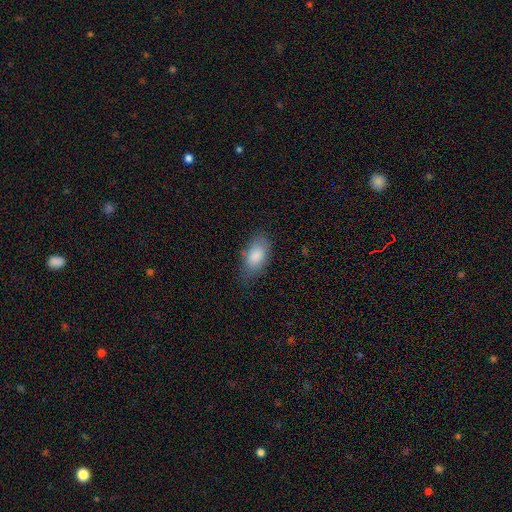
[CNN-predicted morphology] Smooth or featured?
  - smooth: 86% *
  - featured or disk: 8%
  - star or artifact: 7%
How rounded?
  - in between: 92% *
  - cigar-shaped: 4%
  - round: 4%
Merging?
  - none: 73% *
  - minor disturbance: 20%
  - major disturbance: 5%
  - merger: 1%